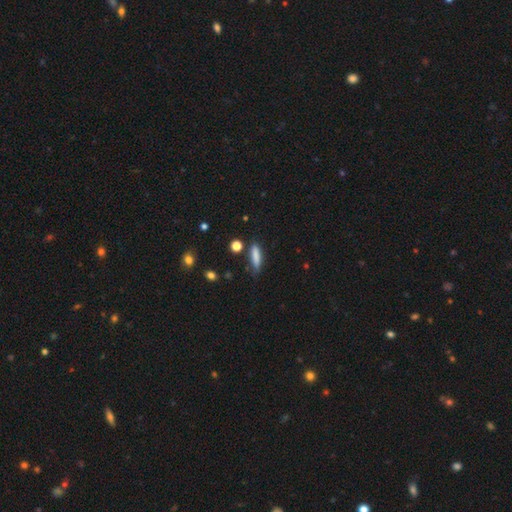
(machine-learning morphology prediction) smooth-or-featured: smooth: 82% | featured or disk: 10% | star or artifact: 8%
  how-rounded: cigar-shaped: 71% | in between: 27% | round: 2%
  merging: none: 74% | minor disturbance: 19% | major disturbance: 4% | merger: 3%